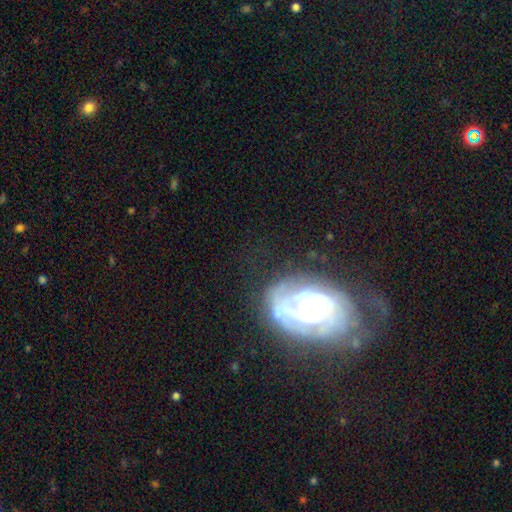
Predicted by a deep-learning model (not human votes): This appears to be a featured or disk galaxy (77%) with no bar (53%), 2 (37%) tight (63%) spiral arms (87%) and a moderate central bulge (57%). Merging: none (60%).